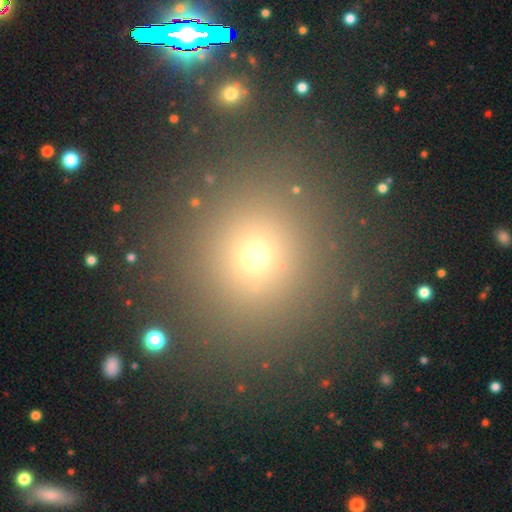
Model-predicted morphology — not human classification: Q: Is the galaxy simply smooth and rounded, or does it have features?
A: smooth — 64%.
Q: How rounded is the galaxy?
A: round — 90%.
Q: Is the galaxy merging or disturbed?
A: none — 87%.